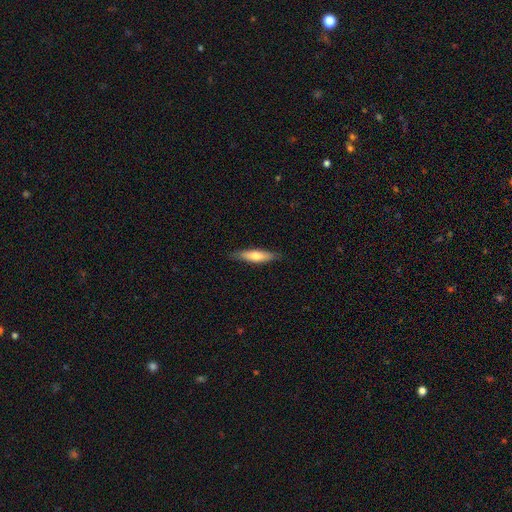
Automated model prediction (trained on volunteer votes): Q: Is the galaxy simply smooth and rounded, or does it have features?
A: smooth — 63%.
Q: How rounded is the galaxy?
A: cigar-shaped — 70%.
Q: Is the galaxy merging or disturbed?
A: none — 84%.